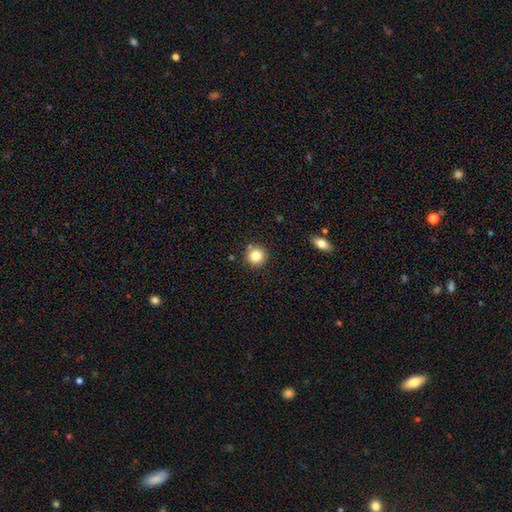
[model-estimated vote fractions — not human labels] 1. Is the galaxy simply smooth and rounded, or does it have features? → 84% smooth, 10% star or artifact, 6% featured or disk.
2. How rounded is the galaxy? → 94% round, 5% in between, 1% cigar-shaped.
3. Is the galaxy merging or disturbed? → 87% none, 7% minor disturbance, 3% merger, 2% major disturbance.